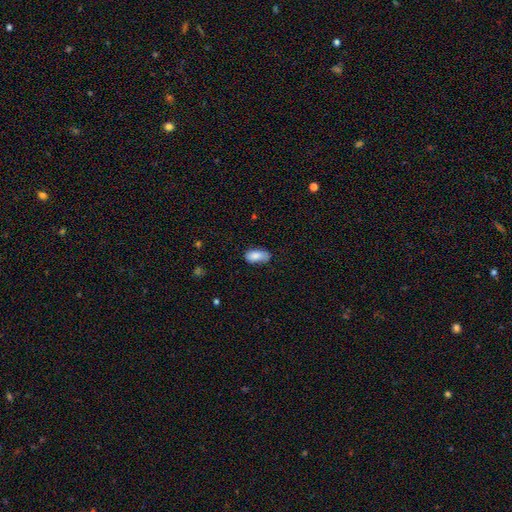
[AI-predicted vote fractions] Q: Smooth or featured?
A: smooth (85%); runner-up: featured or disk (8%)
Q: How rounded?
A: in between (92%); runner-up: cigar-shaped (4%)
Q: Merging?
A: none (60%); runner-up: minor disturbance (32%)